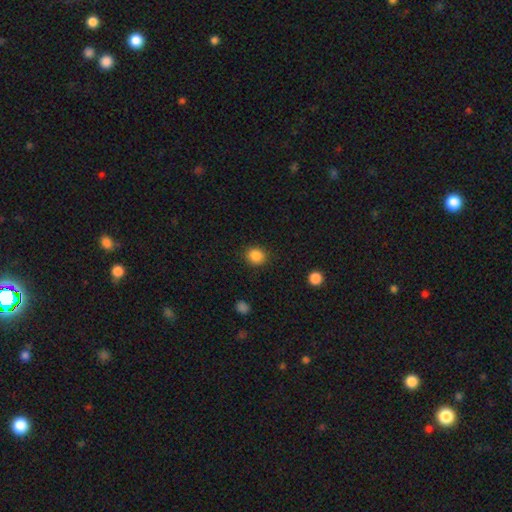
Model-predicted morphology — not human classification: A smooth galaxy with no disk features (87%) that is round (77%).

Vote fractions:
- Smooth or featured? smooth: 87% / star or artifact: 10% / featured or disk: 3%
- How rounded? round: 77% / in between: 22% / cigar-shaped: 1%
- Merging? none: 89% / minor disturbance: 7% / major disturbance: 3% / merger: 1%